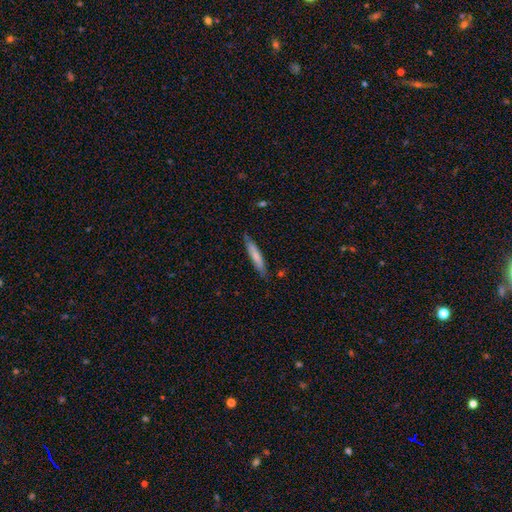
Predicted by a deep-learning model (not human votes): Morphology: type=smooth (73%); roundness=cigar-shaped (90%); merging=none (82%).